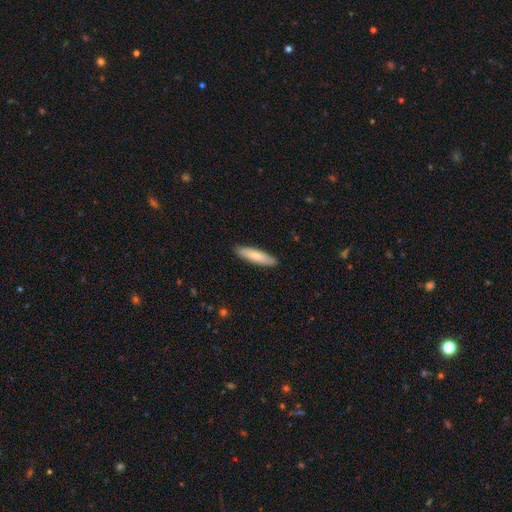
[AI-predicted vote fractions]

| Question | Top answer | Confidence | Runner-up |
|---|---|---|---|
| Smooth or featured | smooth | 79% | featured or disk (16%) |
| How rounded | cigar-shaped | 70% | in between (28%) |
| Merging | none | 90% | minor disturbance (8%) |